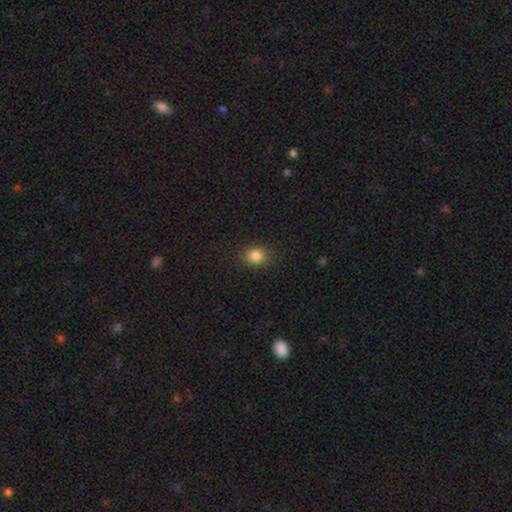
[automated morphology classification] Smooth or featured? smooth (84%)
How rounded? round (69%)
Merging? none (87%)